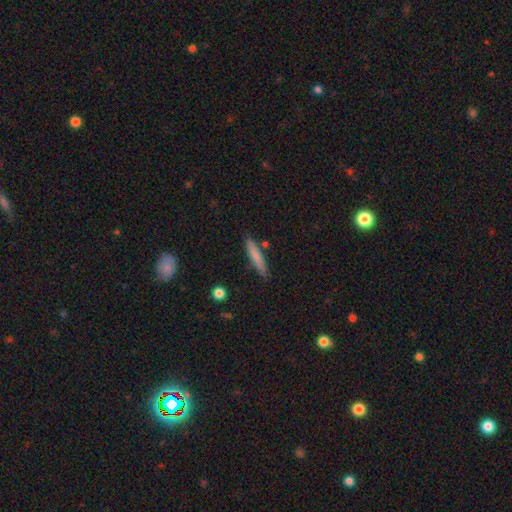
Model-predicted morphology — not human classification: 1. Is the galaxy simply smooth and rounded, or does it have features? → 77% smooth, 16% featured or disk, 6% star or artifact.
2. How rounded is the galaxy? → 91% cigar-shaped, 7% in between, 1% round.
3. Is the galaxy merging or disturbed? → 83% none, 11% minor disturbance, 4% merger, 2% major disturbance.